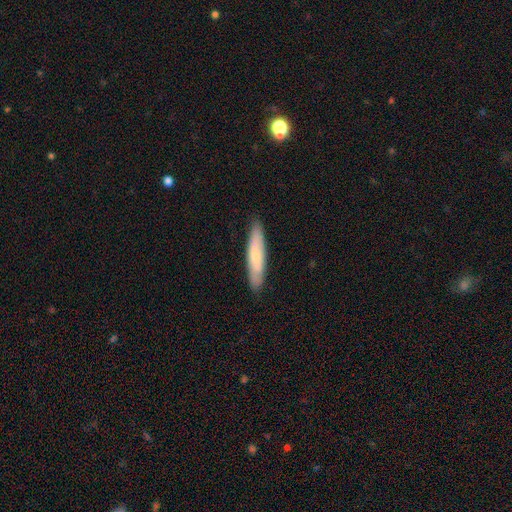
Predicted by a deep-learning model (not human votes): Morphology: type=smooth (65%); roundness=cigar-shaped (85%); merging=none (88%).